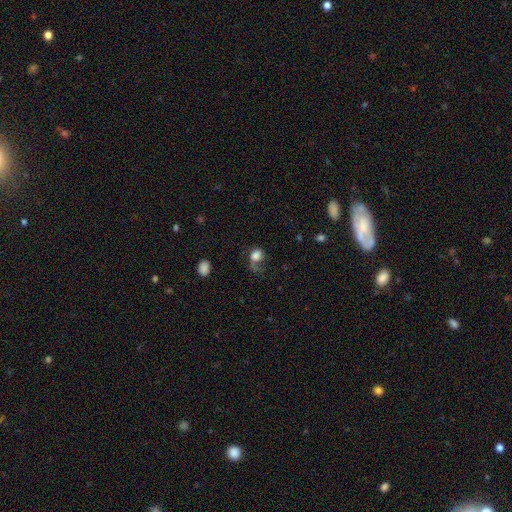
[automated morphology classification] Smooth or featured: smooth — 70% (featured or disk — 20%)
How rounded: round — 57% (in between — 42%)
Merging: major disturbance — 45% (none — 29%)